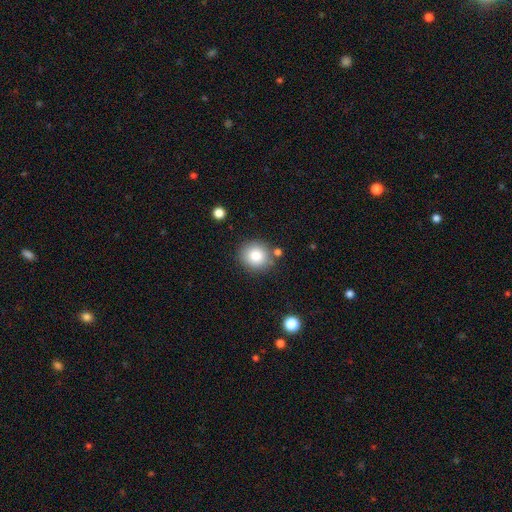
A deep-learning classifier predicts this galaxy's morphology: Q: Smooth or featured?
A: smooth (84%); runner-up: star or artifact (9%)
Q: How rounded?
A: round (86%); runner-up: in between (13%)
Q: Merging?
A: none (80%); runner-up: minor disturbance (11%)